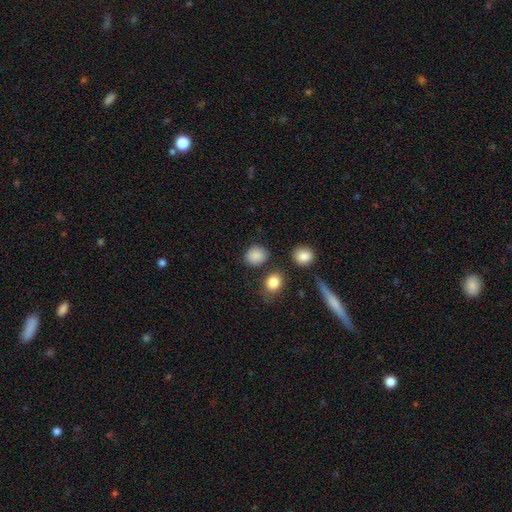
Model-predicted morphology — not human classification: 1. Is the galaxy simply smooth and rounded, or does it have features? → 87% smooth, 9% star or artifact, 4% featured or disk.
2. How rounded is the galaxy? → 67% round, 32% in between, 1% cigar-shaped.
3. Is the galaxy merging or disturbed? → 80% none, 11% minor disturbance, 5% merger, 4% major disturbance.